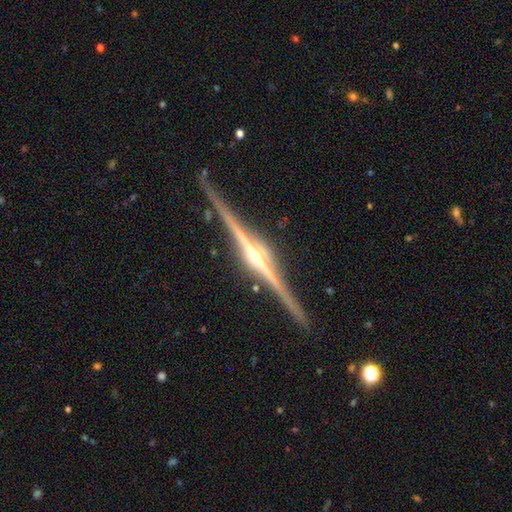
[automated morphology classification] A featured or disk galaxy (91%) viewed edge-on (98%) with a rounded central bulge (89%).

Vote fractions:
- Smooth or featured? featured or disk: 91% / star or artifact: 5% / smooth: 4%
- Edge-on disk? yes: 98% / no: 2%
- Edge-on bulge? rounded: 89% / boxy: 6% / none: 5%
- Merging? none: 87% / minor disturbance: 9% / merger: 2% / major disturbance: 2%